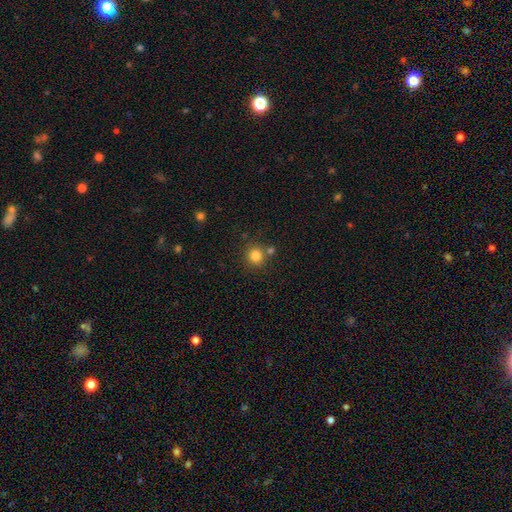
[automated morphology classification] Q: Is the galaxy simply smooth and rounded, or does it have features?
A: smooth — 82%.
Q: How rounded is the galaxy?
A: round — 91%.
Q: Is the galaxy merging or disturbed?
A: none — 76%.